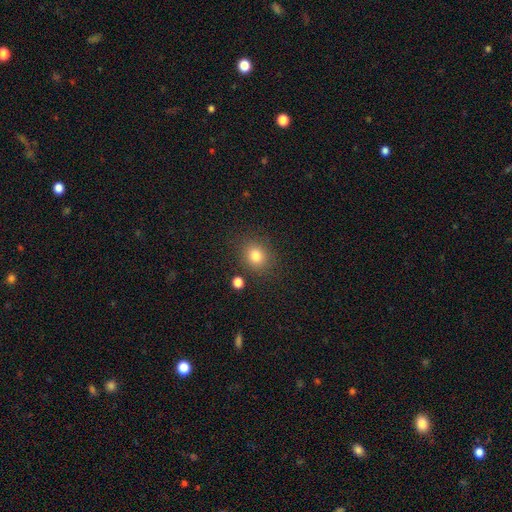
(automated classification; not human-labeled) smooth_or_featured: smooth (p=0.81) [alt: star or artifact p=0.12]
how_rounded: round (p=0.69) [alt: in between p=0.30]
merging: none (p=0.83) [alt: minor disturbance p=0.09]